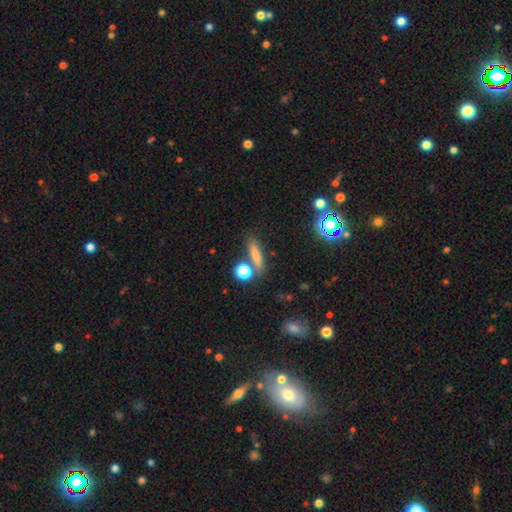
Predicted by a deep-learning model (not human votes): This is likely a smooth galaxy (66%). How rounded: likely cigar-shaped (68%). Merging: likely none (71%).